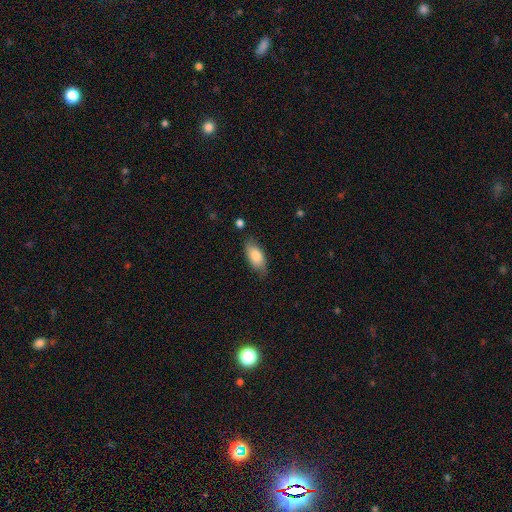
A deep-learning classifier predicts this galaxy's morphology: This appears to be a smooth galaxy with no disk features (79%) that is in between round and cigar-shaped (87%). Merging: none (73%).